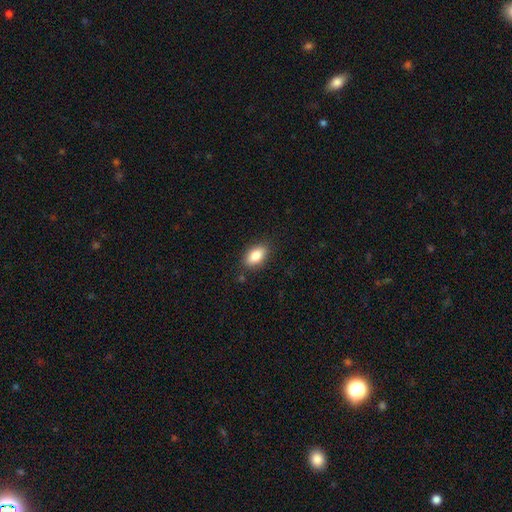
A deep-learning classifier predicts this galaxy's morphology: A smooth galaxy with no disk features (84%) that is in between round and cigar-shaped (90%).

Vote fractions:
- Smooth or featured? smooth: 84% / featured or disk: 8% / star or artifact: 8%
- How rounded? in between: 90% / round: 6% / cigar-shaped: 4%
- Merging? none: 86% / minor disturbance: 10% / major disturbance: 2% / merger: 1%